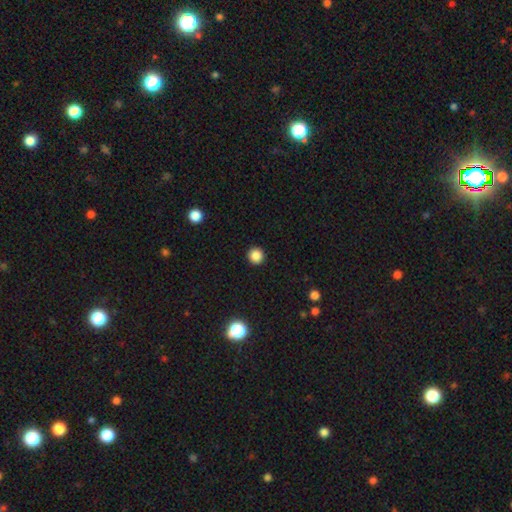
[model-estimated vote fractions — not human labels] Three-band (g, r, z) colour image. It shows a smooth galaxy with no disk features (86%) that is round (95%). Merging: none (93%).